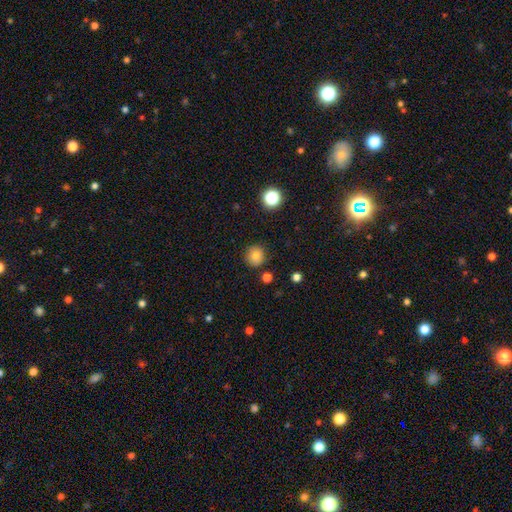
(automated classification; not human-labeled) Smooth or featured? smooth (81%)
How rounded? round (92%)
Merging? none (87%)